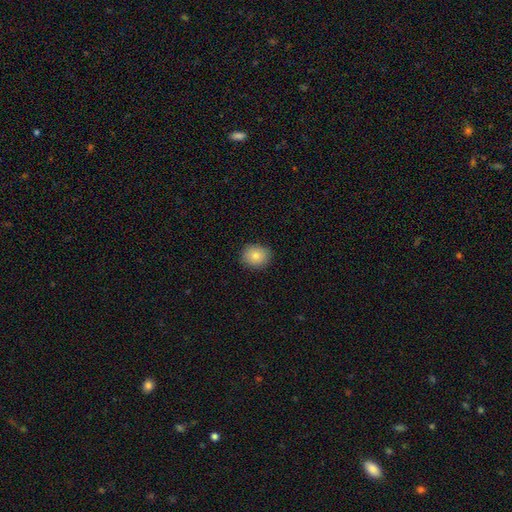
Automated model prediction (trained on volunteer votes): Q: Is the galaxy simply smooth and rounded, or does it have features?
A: smooth — 82%.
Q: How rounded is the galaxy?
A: round — 62%.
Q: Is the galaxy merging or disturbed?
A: none — 89%.